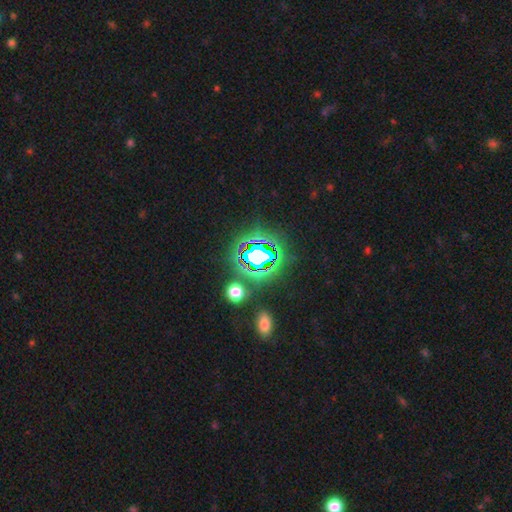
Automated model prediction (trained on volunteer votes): A star or artifact, not a galaxy (68%).